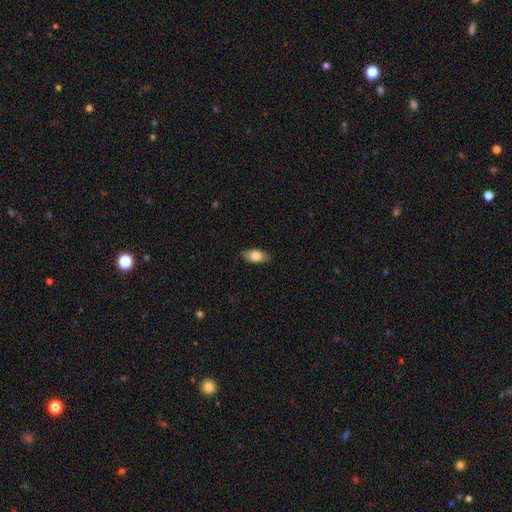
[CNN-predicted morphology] Smooth or featured? Predicted: smooth (p=0.77). How rounded? Predicted: in between (p=0.88). Merging? Predicted: none (p=0.86).